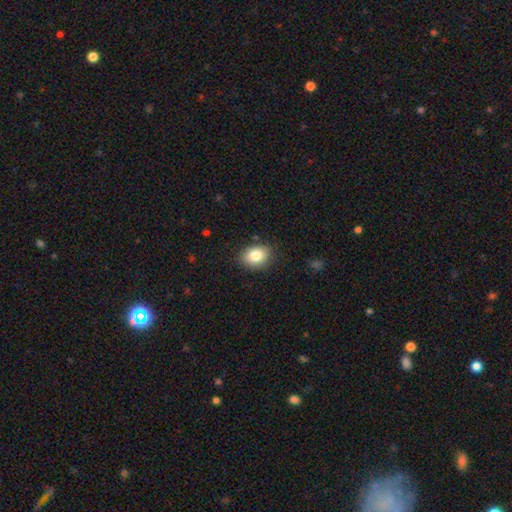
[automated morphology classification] smooth 84%, star or artifact 9%, featured or disk 8%. Down the decision tree: how rounded — in between (69%); merging — none (85%).